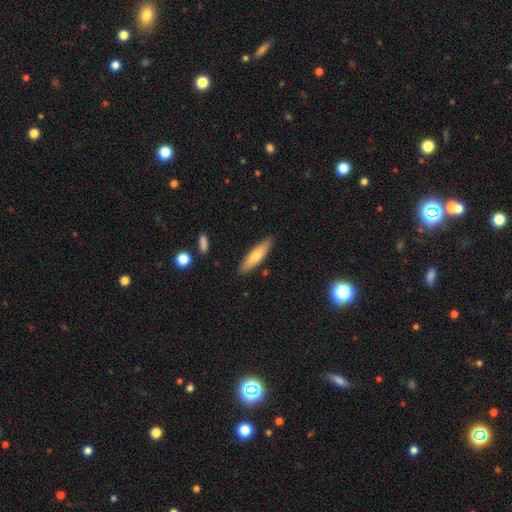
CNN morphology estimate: type=smooth (69%); roundness=cigar-shaped (69%); merging=none (87%).